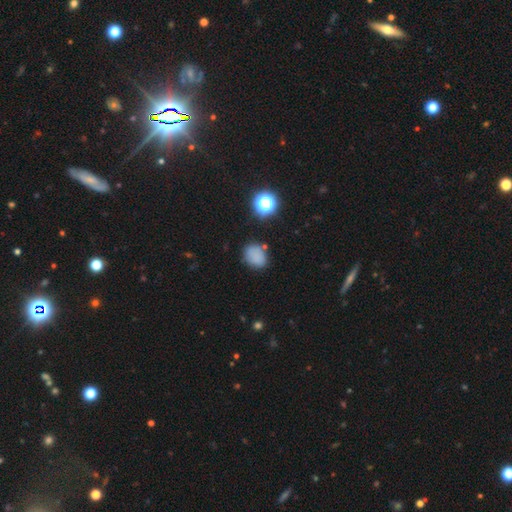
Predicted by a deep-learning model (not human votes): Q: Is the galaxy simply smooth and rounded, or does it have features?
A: smooth — 79%.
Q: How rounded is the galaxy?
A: in between — 54%.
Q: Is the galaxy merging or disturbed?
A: none — 75%.